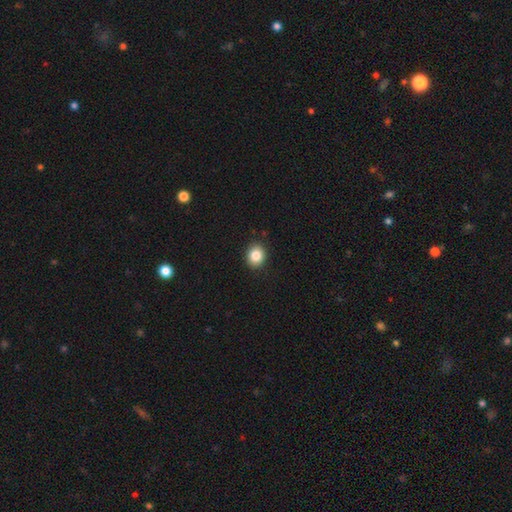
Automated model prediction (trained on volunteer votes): This appears to be a smooth galaxy with no disk features (85%) that is round (70%). Merging: none (90%).